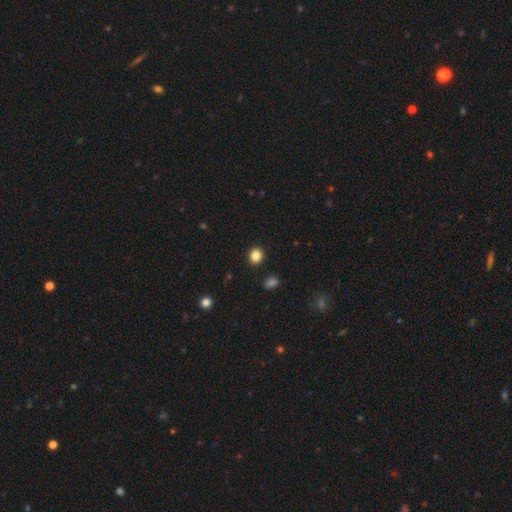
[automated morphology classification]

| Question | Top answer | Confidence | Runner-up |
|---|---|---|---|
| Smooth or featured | smooth | 85% | star or artifact (11%) |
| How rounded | round | 76% | in between (23%) |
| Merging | none | 92% | minor disturbance (5%) |